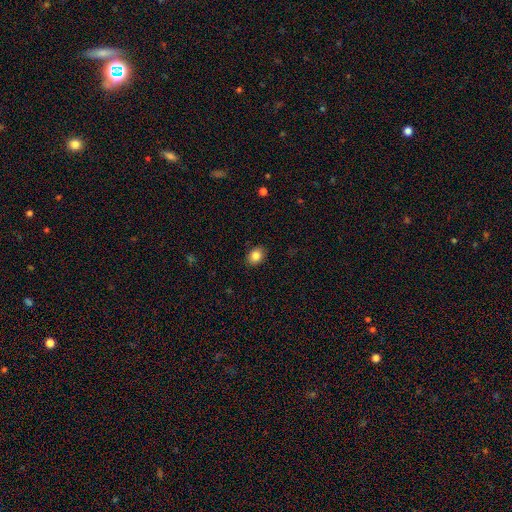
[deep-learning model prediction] The model was most divided on "how rounded": in between: 60%, round: 39%, cigar-shaped: 1%. More confident: merging — none (88%); smooth or featured — smooth (85%).